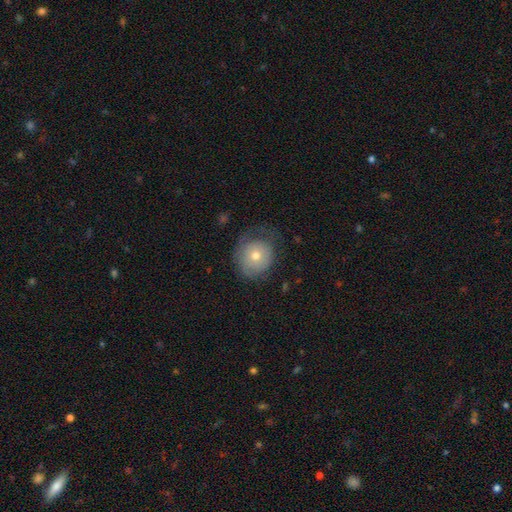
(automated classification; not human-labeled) This appears to be a smooth galaxy with no disk features (55%) that is round (82%). Merging: none (56%).